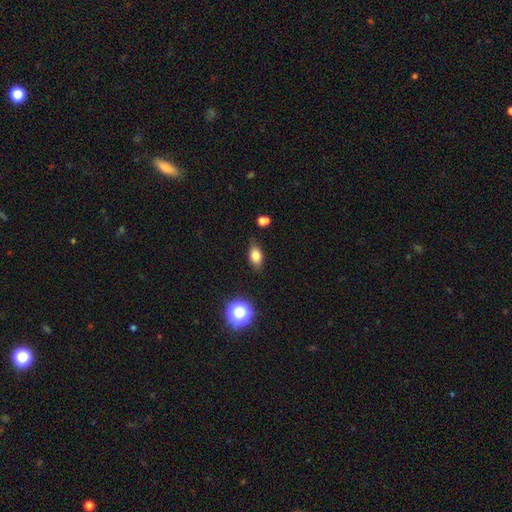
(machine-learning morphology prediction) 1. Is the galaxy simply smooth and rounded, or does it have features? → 78% smooth, 11% star or artifact, 11% featured or disk.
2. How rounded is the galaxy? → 82% in between, 14% round, 4% cigar-shaped.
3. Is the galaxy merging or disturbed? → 80% none, 14% minor disturbance, 3% major disturbance, 2% merger.